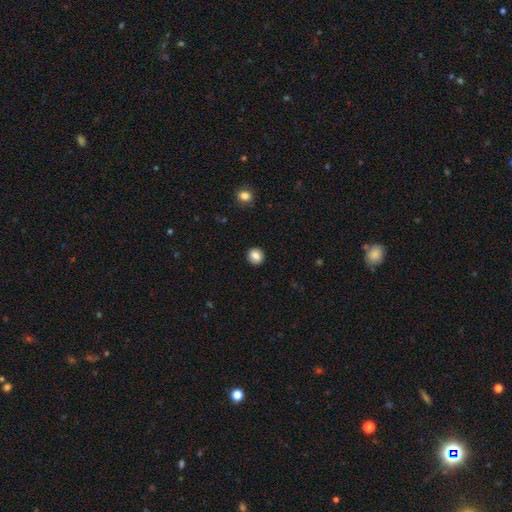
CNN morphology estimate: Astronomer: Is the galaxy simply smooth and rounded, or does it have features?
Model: smooth — 83%.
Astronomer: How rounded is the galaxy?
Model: round — 82%.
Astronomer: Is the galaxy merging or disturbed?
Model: none — 90%.